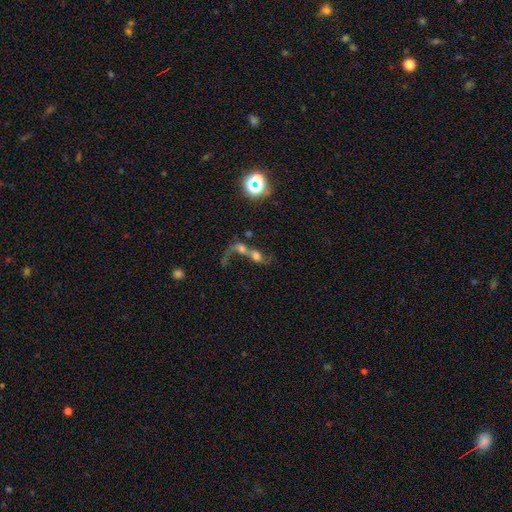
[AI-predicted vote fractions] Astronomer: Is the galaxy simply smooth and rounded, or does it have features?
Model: featured or disk — 40%, tied with smooth at 40%.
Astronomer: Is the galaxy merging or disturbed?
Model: merger — 74%.